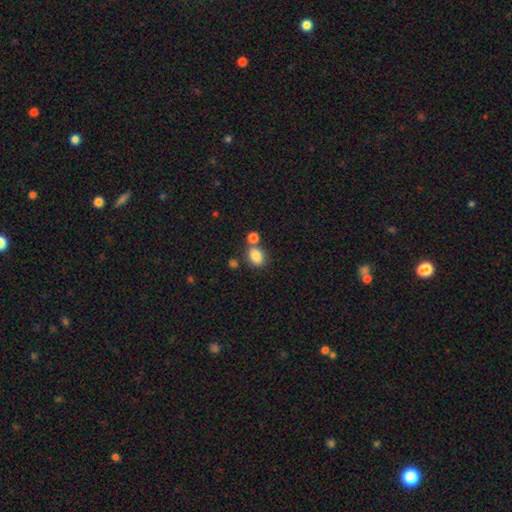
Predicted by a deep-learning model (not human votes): smooth-or-featured: smooth: 84% | star or artifact: 10% | featured or disk: 6%
  how-rounded: in between: 55% | round: 44% | cigar-shaped: 1%
  merging: none: 61% | merger: 25% | minor disturbance: 11% | major disturbance: 4%